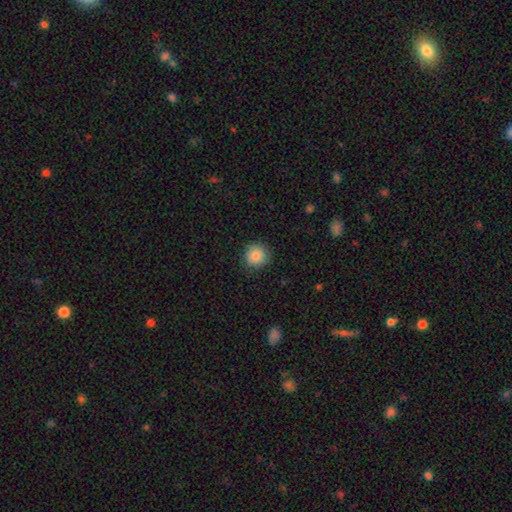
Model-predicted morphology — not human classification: smooth-or-featured: smooth: 86% | star or artifact: 9% | featured or disk: 5%
  how-rounded: round: 94% | in between: 5% | cigar-shaped: 1%
  merging: none: 88% | minor disturbance: 9% | major disturbance: 2% | merger: 1%